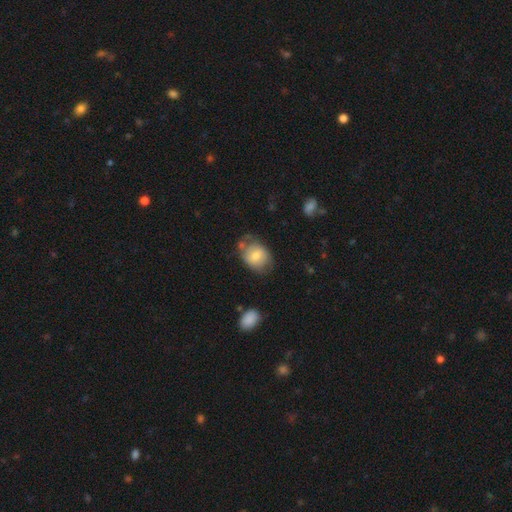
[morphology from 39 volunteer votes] smooth_or_featured: smooth (p=0.67) [alt: featured or disk p=0.23]
how_rounded: round (p=0.54) [alt: in between p=0.46]
merging: none (p=0.43) [alt: minor disturbance p=0.26]